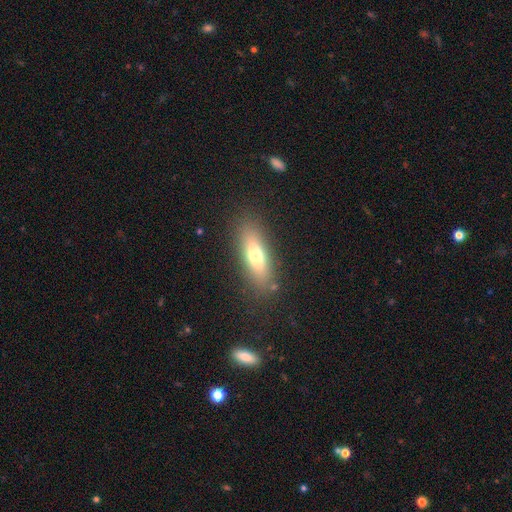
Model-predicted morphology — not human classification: smooth 67%, featured or disk 25%, star or artifact 8%. Down the decision tree: how rounded — in between (52%); merging — none (84%).